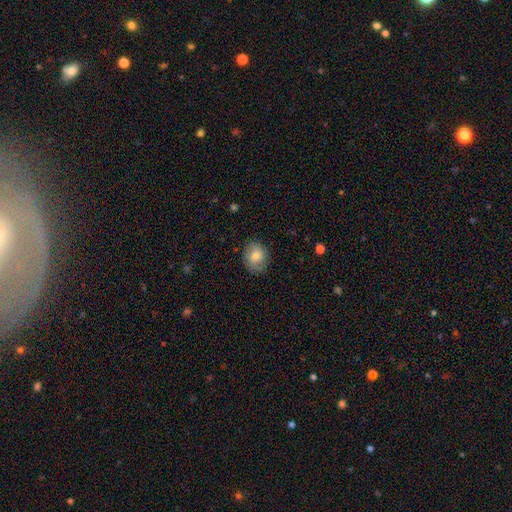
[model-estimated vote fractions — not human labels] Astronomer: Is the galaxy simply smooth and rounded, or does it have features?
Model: smooth — 75%.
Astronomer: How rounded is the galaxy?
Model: round — 60% (runner-up: in between, 39%).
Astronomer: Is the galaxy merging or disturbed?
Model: none — 81%.